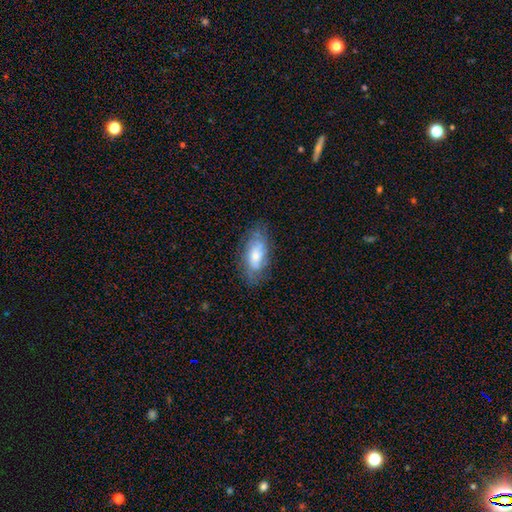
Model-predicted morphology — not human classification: Smooth or featured? Predicted: smooth (p=0.55). How rounded? Predicted: in between (p=0.85). Merging? Predicted: none (p=0.69).